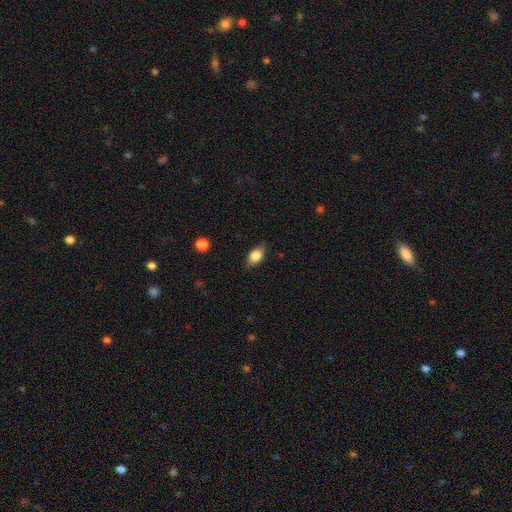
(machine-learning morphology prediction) Smooth or featured? smooth (80%)
How rounded? in between (84%)
Merging? none (79%)